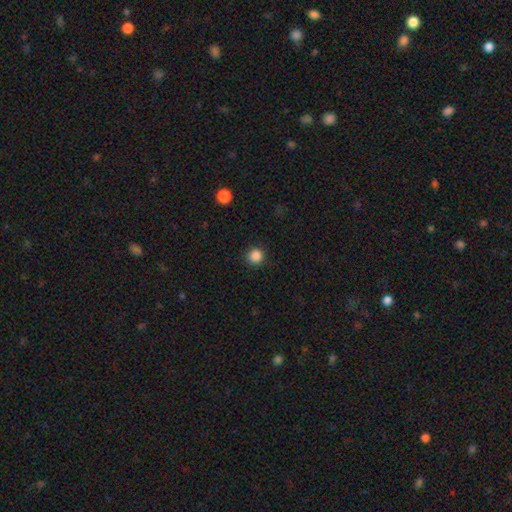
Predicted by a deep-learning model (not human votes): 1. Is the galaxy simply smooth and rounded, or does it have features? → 87% smooth, 11% star or artifact, 3% featured or disk.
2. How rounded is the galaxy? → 94% round, 5% in between, 1% cigar-shaped.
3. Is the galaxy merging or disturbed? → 91% none, 6% minor disturbance, 2% major disturbance, 1% merger.